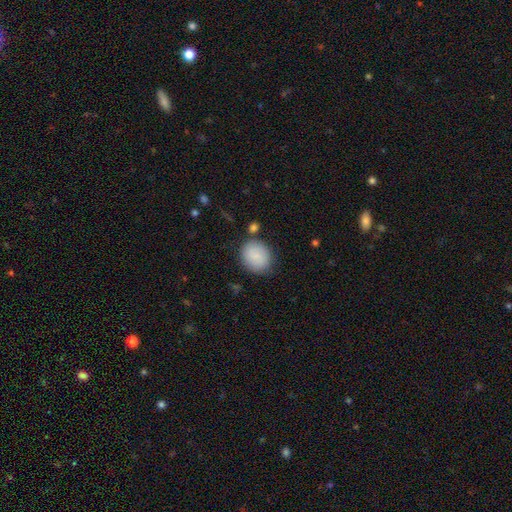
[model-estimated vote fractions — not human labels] This appears to be a smooth galaxy with no disk features (85%) that is round (74%). Merging: none (80%).